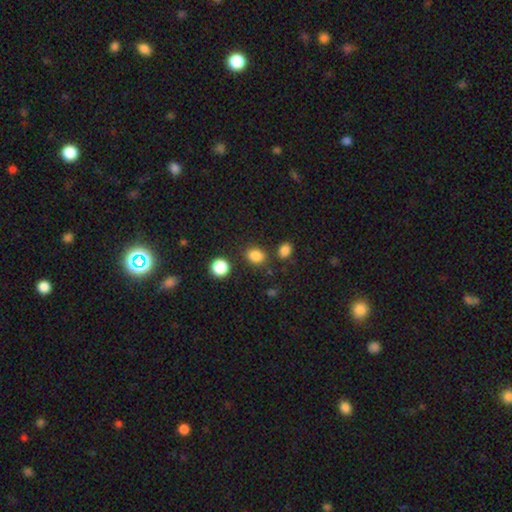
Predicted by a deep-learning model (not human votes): Smooth or featured?
  - smooth: 85% *
  - star or artifact: 12%
  - featured or disk: 4%
How rounded?
  - in between: 53% *
  - round: 45%
  - cigar-shaped: 1%
Merging?
  - none: 80% *
  - minor disturbance: 10%
  - merger: 6%
  - major disturbance: 3%